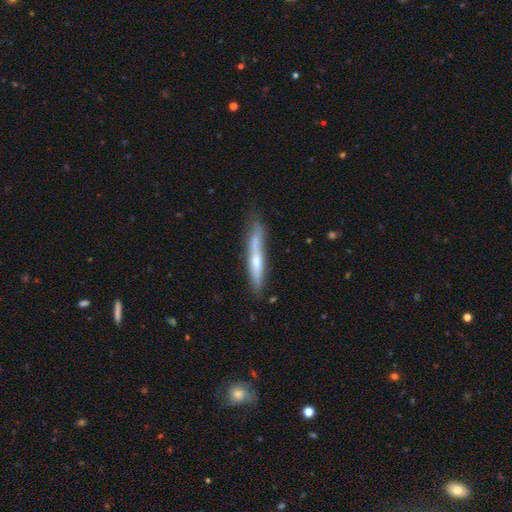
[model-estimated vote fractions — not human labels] The model was most divided on "smooth or featured": featured or disk: 55%, smooth: 38%, star or artifact: 7%. More confident: edge-on disk — yes (91%); merging — none (71%).